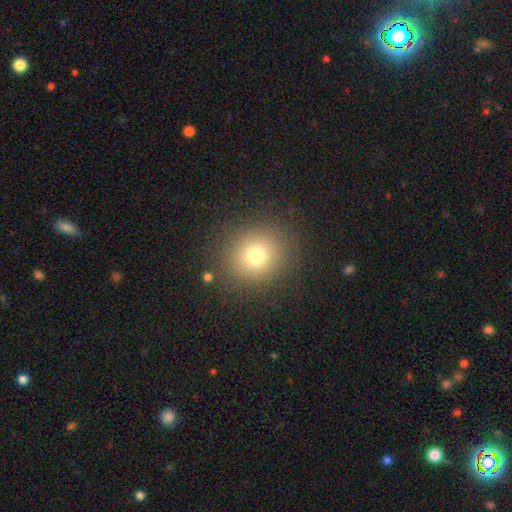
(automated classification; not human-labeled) Smooth or featured?
  - smooth: 73% *
  - star or artifact: 17%
  - featured or disk: 10%
How rounded?
  - round: 85% *
  - in between: 14%
  - cigar-shaped: 1%
Merging?
  - none: 87% *
  - minor disturbance: 8%
  - major disturbance: 5%
  - merger: 1%